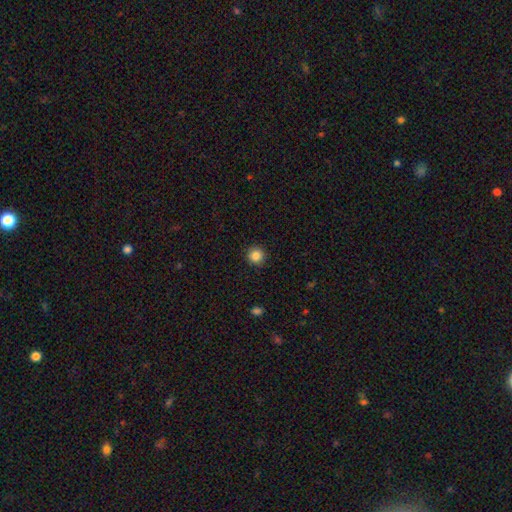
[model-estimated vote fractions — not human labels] A smooth galaxy with no disk features (85%) that is round (95%).

Vote fractions:
- Smooth or featured? smooth: 85% / star or artifact: 10% / featured or disk: 4%
- How rounded? round: 95% / in between: 4% / cigar-shaped: 1%
- Merging? none: 92% / minor disturbance: 5% / major disturbance: 2% / merger: 1%